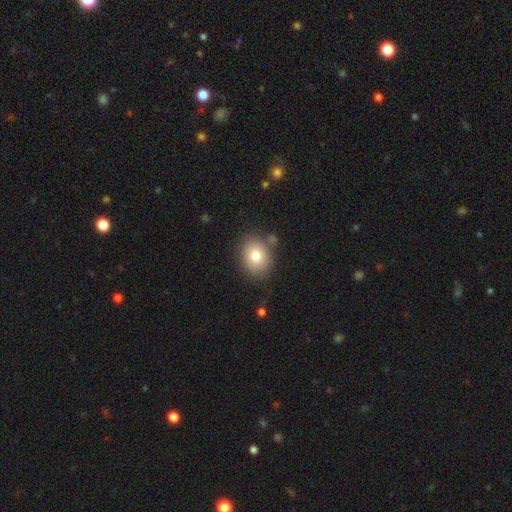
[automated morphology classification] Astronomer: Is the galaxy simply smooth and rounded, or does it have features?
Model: smooth — 78%.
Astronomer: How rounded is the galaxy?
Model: in between — 52% (runner-up: round, 47%).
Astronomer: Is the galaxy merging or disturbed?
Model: none — 77%.